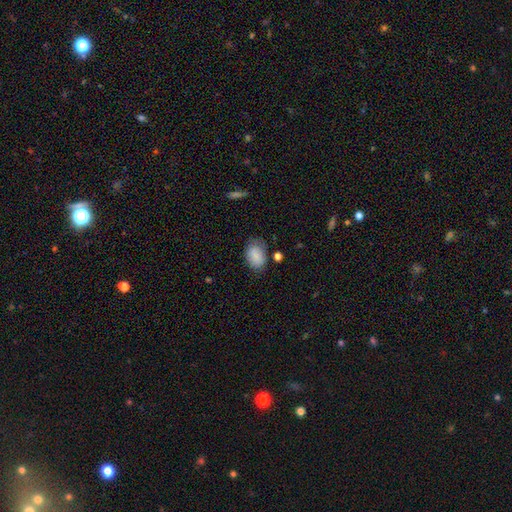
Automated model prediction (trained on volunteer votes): A smooth galaxy with no disk features (85%) that is in between round and cigar-shaped (84%).

Vote fractions:
- Smooth or featured? smooth: 85% / star or artifact: 7% / featured or disk: 7%
- How rounded? in between: 84% / round: 14% / cigar-shaped: 1%
- Merging? none: 65% / minor disturbance: 25% / major disturbance: 7% / merger: 3%